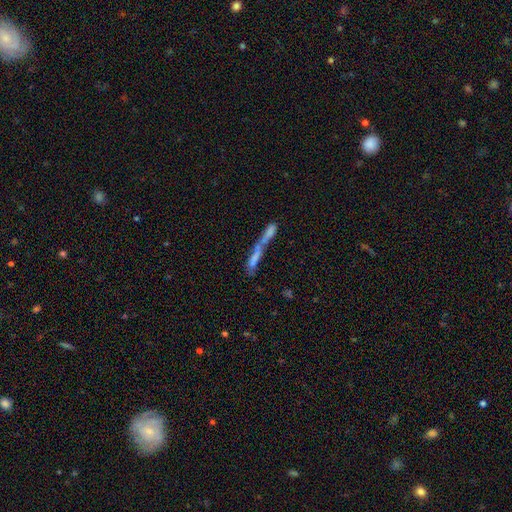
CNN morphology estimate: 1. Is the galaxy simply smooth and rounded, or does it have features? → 46% smooth, 40% featured or disk, 14% star or artifact.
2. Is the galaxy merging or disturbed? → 62% merger, 21% none, 9% major disturbance, 8% minor disturbance.